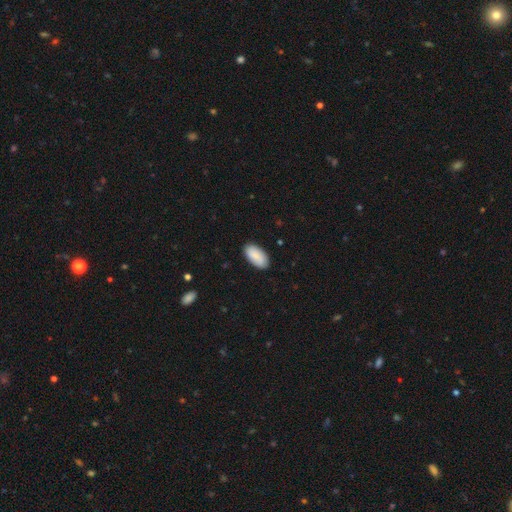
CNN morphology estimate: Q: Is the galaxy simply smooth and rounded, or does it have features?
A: smooth — 87%.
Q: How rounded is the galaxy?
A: in between — 95%.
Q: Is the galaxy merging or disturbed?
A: none — 86%.